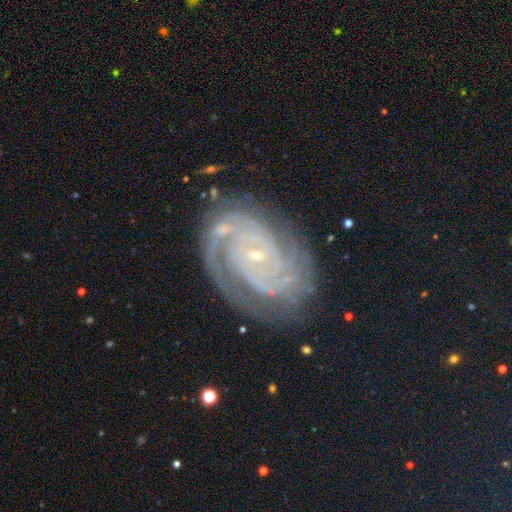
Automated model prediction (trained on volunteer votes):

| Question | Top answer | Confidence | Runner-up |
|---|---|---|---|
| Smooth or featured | featured or disk | 87% | star or artifact (9%) |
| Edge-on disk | no | 97% | yes (3%) |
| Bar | no | 63% | weak (26%) |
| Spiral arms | yes | 98% | no (2%) |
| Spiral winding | tight | 78% | medium (19%) |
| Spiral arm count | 2 | 48% | 3 (17%) |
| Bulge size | small | 86% | moderate (10%) |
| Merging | none | 76% | minor disturbance (16%) |